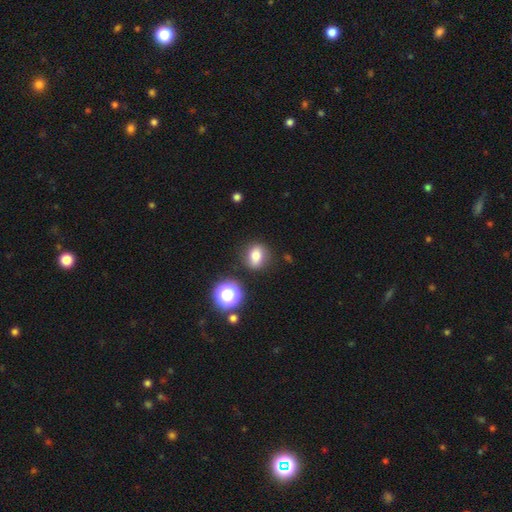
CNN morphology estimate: Q: Smooth or featured?
A: smooth (76%); runner-up: star or artifact (13%)
Q: How rounded?
A: in between (54%); runner-up: round (43%)
Q: Merging?
A: none (83%); runner-up: minor disturbance (11%)